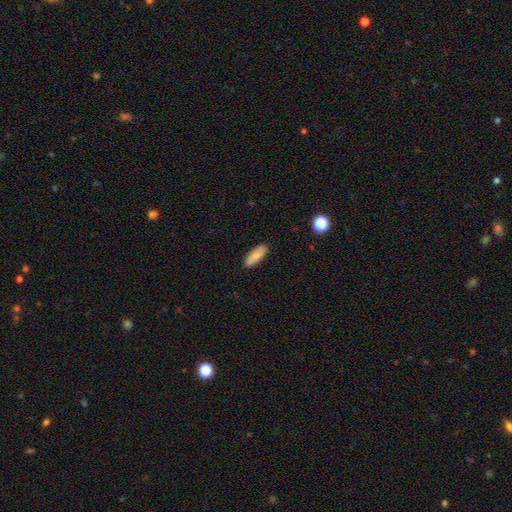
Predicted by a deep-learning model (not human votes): Smooth or featured: smooth — 81% (featured or disk — 13%)
How rounded: in between — 68% (cigar-shaped — 30%)
Merging: none — 88% (minor disturbance — 9%)